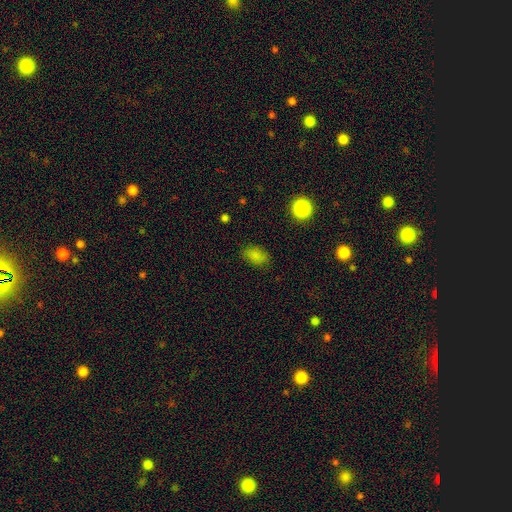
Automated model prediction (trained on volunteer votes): Q: Smooth or featured?
A: smooth (81%); runner-up: star or artifact (14%)
Q: How rounded?
A: in between (84%); runner-up: round (14%)
Q: Merging?
A: none (81%); runner-up: minor disturbance (14%)